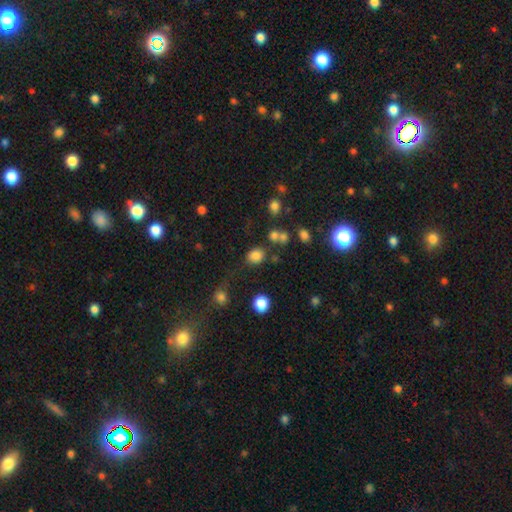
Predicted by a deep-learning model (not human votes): Smooth or featured: smooth — 81% (star or artifact — 14%)
How rounded: round — 58% (in between — 41%)
Merging: none — 71% (minor disturbance — 14%)